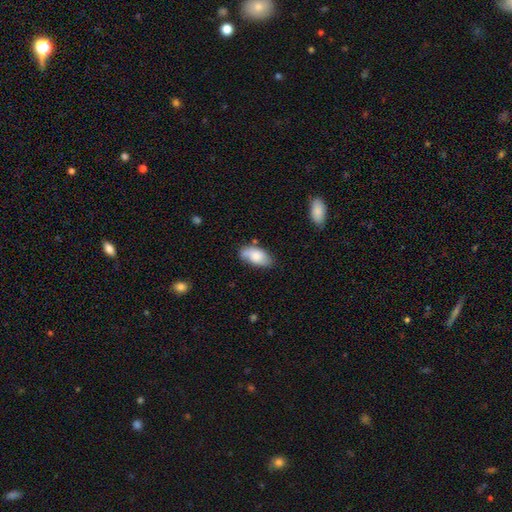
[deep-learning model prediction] Q: Smooth or featured?
A: smooth (73%); runner-up: featured or disk (20%)
Q: How rounded?
A: in between (93%); runner-up: cigar-shaped (3%)
Q: Merging?
A: none (62%); runner-up: minor disturbance (27%)